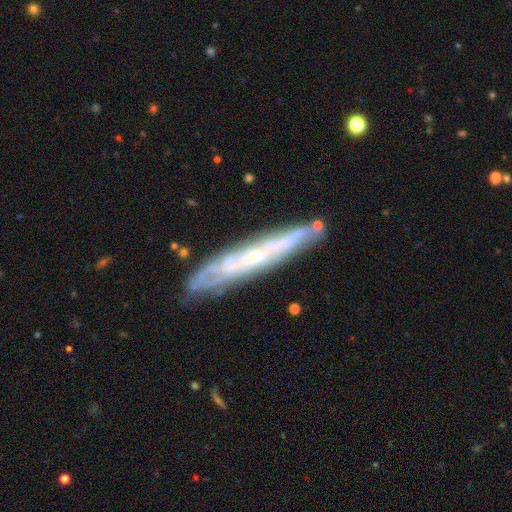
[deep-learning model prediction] Overall: featured or disk (73%). Edge-on disk: yes (69%; no 31%). Merging: none (80%).